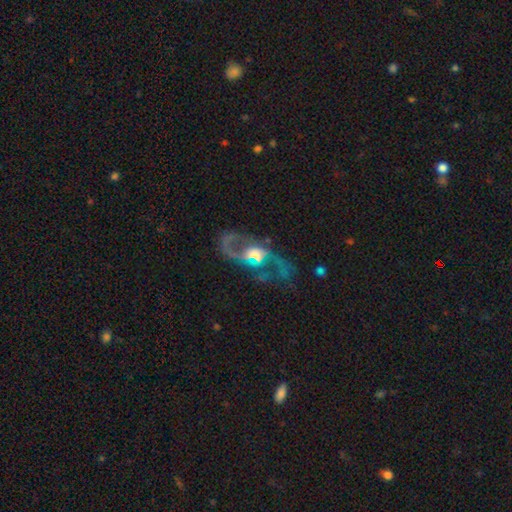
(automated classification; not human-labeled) featured or disk 82%, smooth 11%, star or artifact 7%. Down the decision tree: edge-on disk — no (95%); bar — no (43%); spiral arms — yes (84%); spiral arm count — 2 (88%); spiral winding — loose (57%); bulge size — moderate (46%); merging — none (54%).